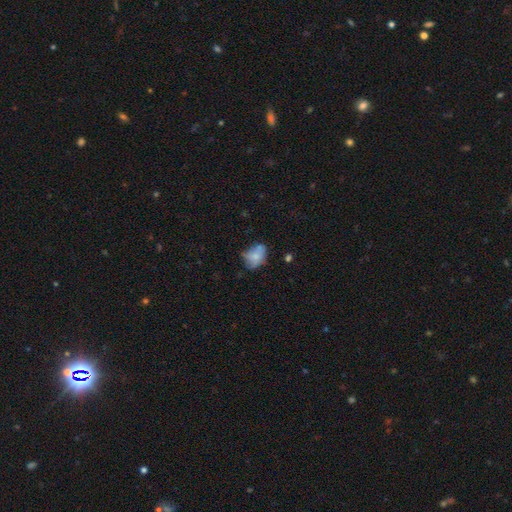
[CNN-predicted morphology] This is likely a smooth galaxy (65%). How rounded: likely in between (74%). Merging: marginally none (44%).